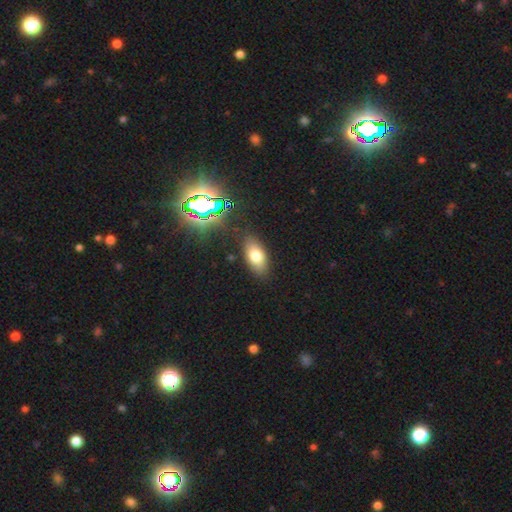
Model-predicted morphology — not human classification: Q: Smooth or featured?
A: smooth (71%); runner-up: featured or disk (15%)
Q: How rounded?
A: in between (88%); runner-up: round (6%)
Q: Merging?
A: none (84%); runner-up: minor disturbance (11%)